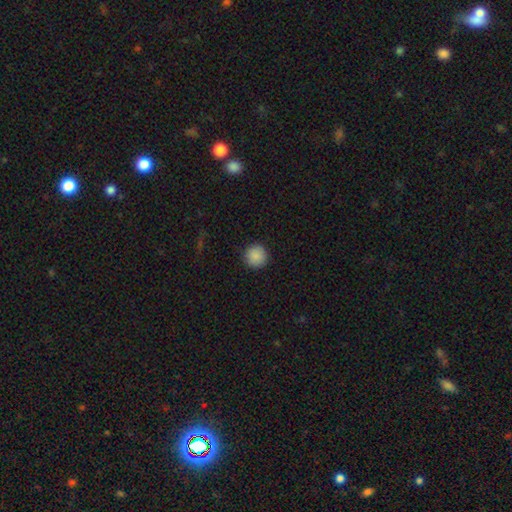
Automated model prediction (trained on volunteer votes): Smooth or featured? Predicted: smooth (p=0.88). How rounded? Predicted: round (p=0.96). Merging? Predicted: none (p=0.92).